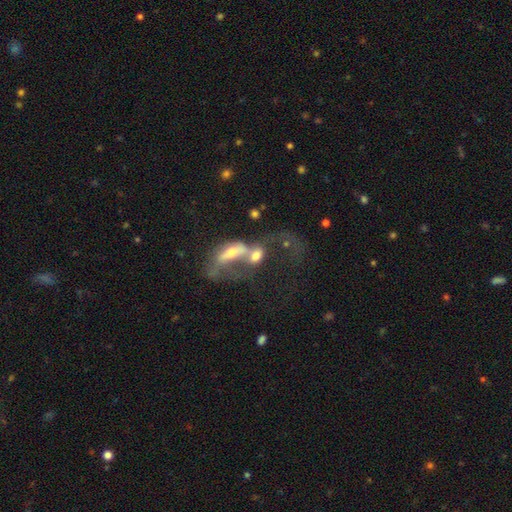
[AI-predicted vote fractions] Smooth or featured: featured or disk — 48% (smooth — 40%)
Merging: merger — 73% (major disturbance — 15%)